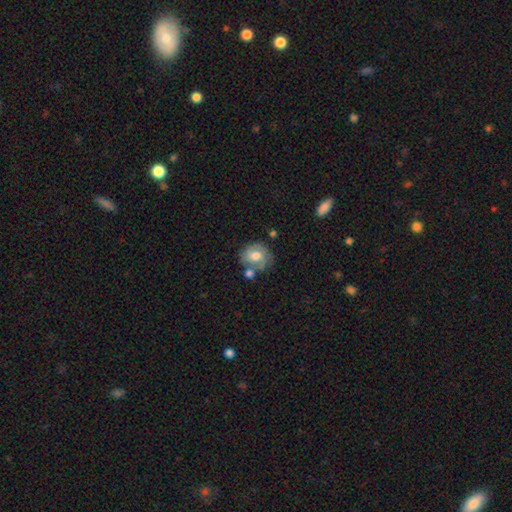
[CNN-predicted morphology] Overall: smooth (53%; featured or disk 39%). How rounded: round (66%; in between 33%). Merging: none (52%; minor disturbance 22%).